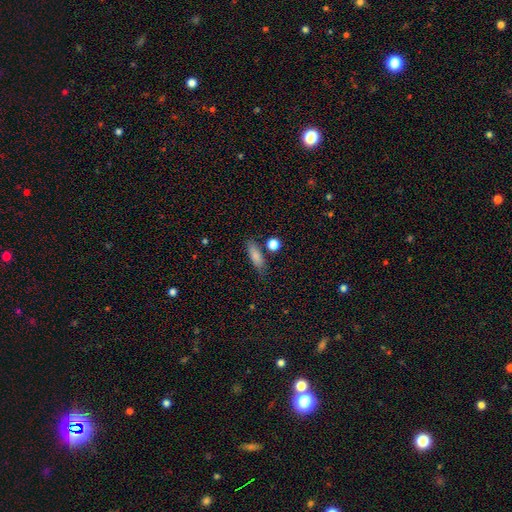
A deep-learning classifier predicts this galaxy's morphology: Overall: smooth (82%). How rounded: cigar-shaped (49%; in between 47%). Merging: none (75%).